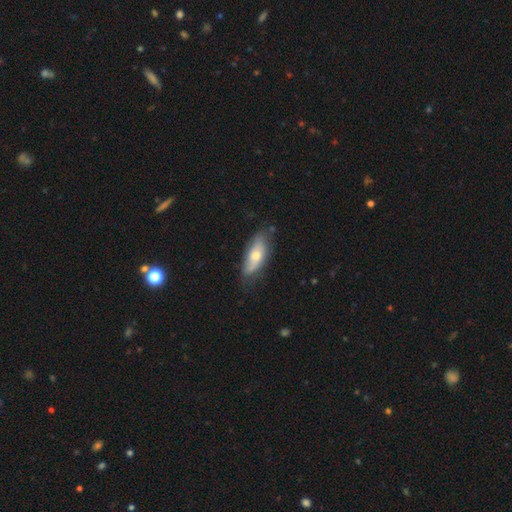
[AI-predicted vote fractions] A smooth galaxy with no disk features (61%) that is in between round and cigar-shaped (73%). Merging: none (63%).